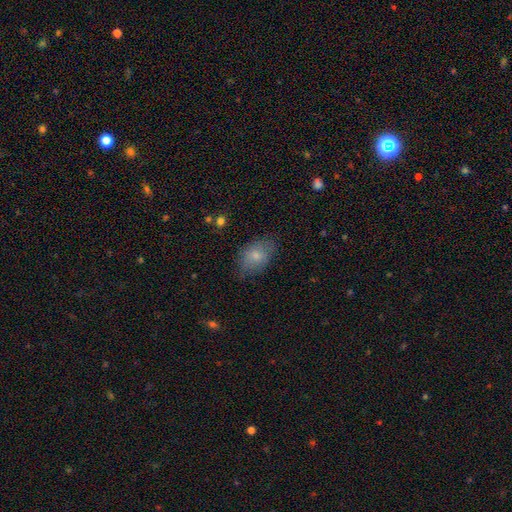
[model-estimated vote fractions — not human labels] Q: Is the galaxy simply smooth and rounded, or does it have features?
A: smooth — 77%.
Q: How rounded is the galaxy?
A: in between — 84%.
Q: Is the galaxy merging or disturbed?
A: none — 73%.